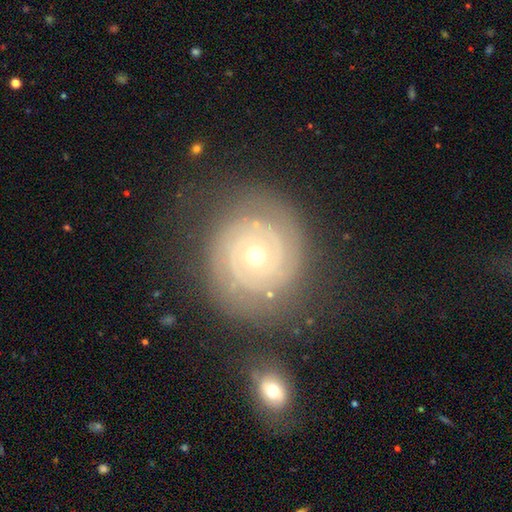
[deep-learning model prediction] Overall: featured or disk (85%). Edge-on disk: no (98%). Bar: no (81%). Spiral arms: yes (94%). Spiral arm count: 2 (57%; can't tell 18%). Spiral winding: tight (81%). Bulge size: moderate (49%; small 47%). Merging: none (75%).